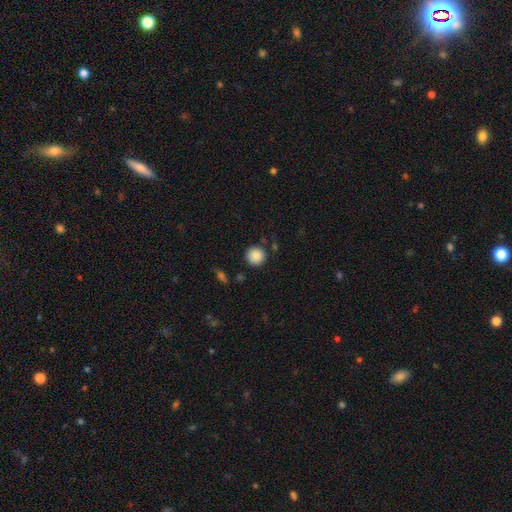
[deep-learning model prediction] smooth_or_featured: smooth (p=0.88) [alt: star or artifact p=0.09]
how_rounded: round (p=0.94) [alt: in between p=0.05]
merging: none (p=0.87) [alt: minor disturbance p=0.08]